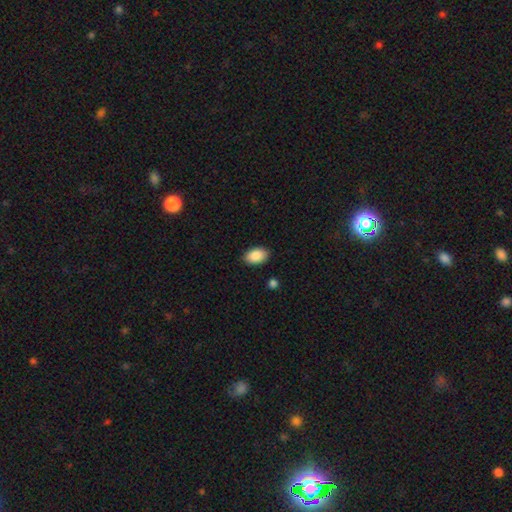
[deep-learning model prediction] The model was most divided on "merging": none: 88%, minor disturbance: 9%, major disturbance: 2%, merger: 1%. More confident: how rounded — in between (92%); smooth or featured — smooth (89%).